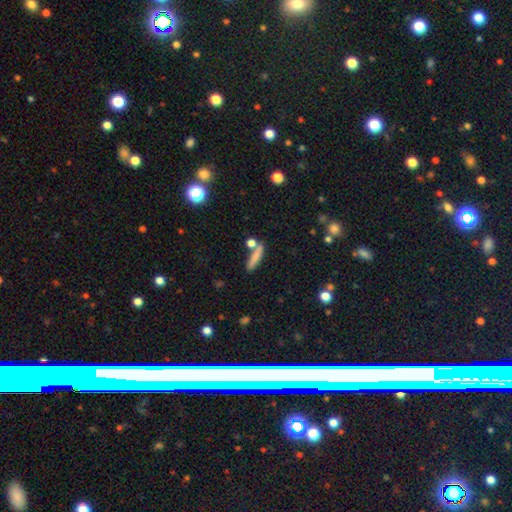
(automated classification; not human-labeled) The model was most divided on "merging": none: 69%, merger: 15%, minor disturbance: 12%, major disturbance: 4%. More confident: how rounded — cigar-shaped (82%); smooth or featured — smooth (77%).